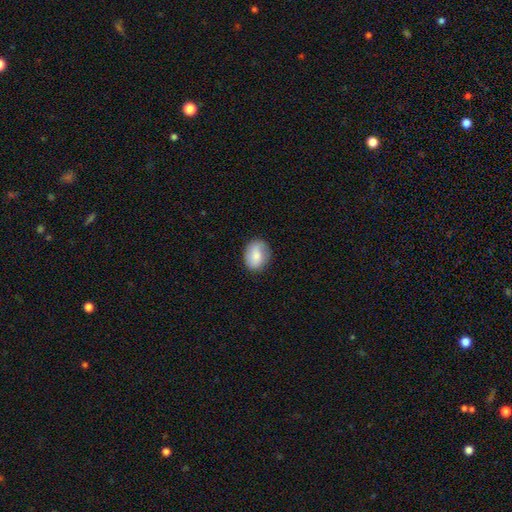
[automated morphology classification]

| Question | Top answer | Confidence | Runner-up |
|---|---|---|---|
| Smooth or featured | smooth | 76% | featured or disk (17%) |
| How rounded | in between | 62% | round (36%) |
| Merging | none | 80% | minor disturbance (15%) |